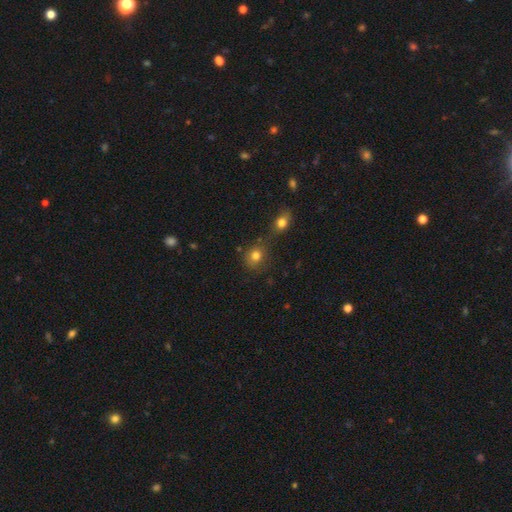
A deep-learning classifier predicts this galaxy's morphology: smooth_or_featured: smooth (p=0.79) [alt: star or artifact p=0.13]
how_rounded: round (p=0.80) [alt: in between p=0.19]
merging: none (p=0.57) [alt: merger p=0.28]